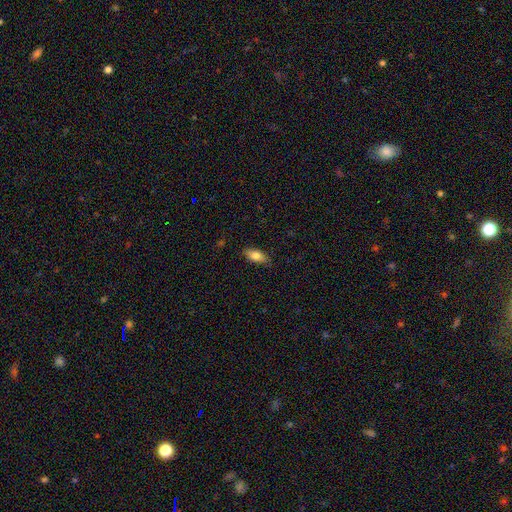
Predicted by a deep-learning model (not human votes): Overall: smooth (79%). How rounded: in between (85%). Merging: none (83%).